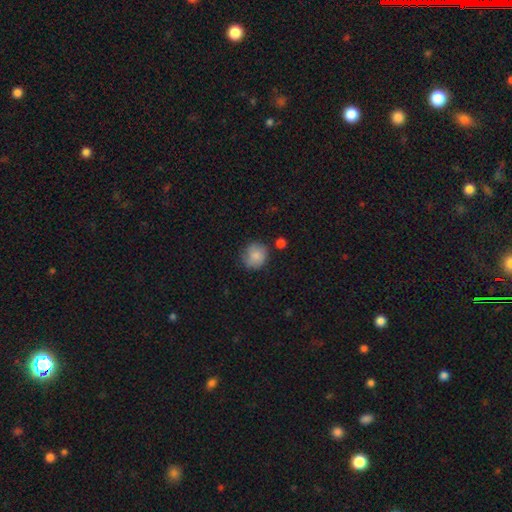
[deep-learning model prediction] Smooth or featured? smooth (84%)
How rounded? round (86%)
Merging? none (68%)